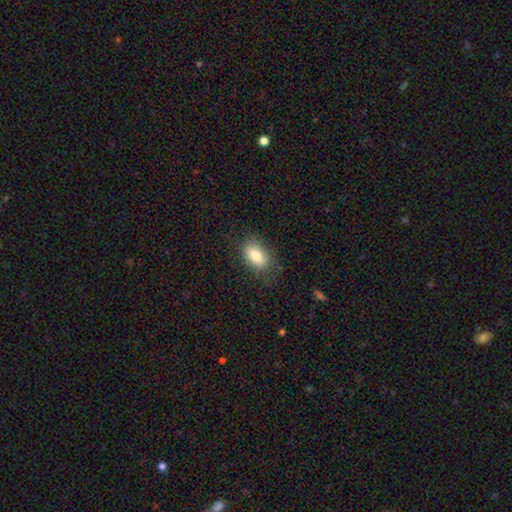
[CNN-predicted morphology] type=smooth (80%); roundness=in between (88%); merging=none (76%).